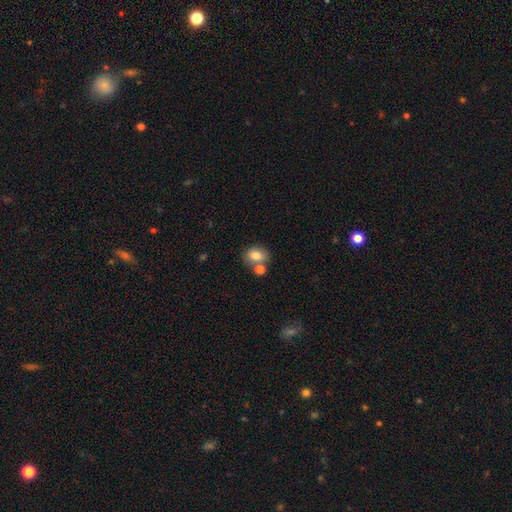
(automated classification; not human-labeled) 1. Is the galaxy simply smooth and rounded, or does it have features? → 78% smooth, 12% featured or disk, 10% star or artifact.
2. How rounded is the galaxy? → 58% in between, 41% round, 1% cigar-shaped.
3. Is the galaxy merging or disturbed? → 56% none, 27% merger, 12% minor disturbance, 4% major disturbance.